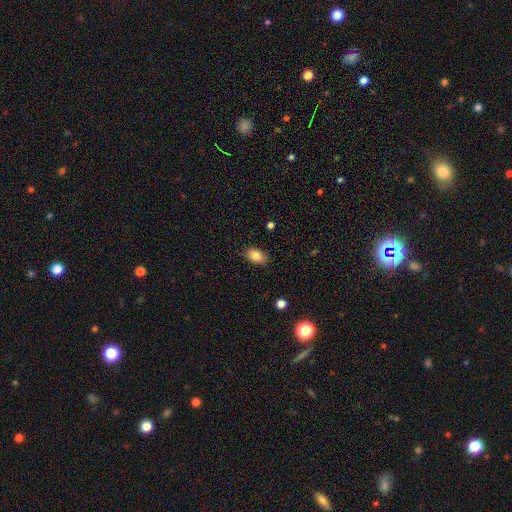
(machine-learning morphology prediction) Smooth or featured?
  - smooth: 84% *
  - star or artifact: 8%
  - featured or disk: 8%
How rounded?
  - in between: 88% *
  - round: 11%
  - cigar-shaped: 2%
Merging?
  - none: 86% *
  - minor disturbance: 11%
  - major disturbance: 2%
  - merger: 1%